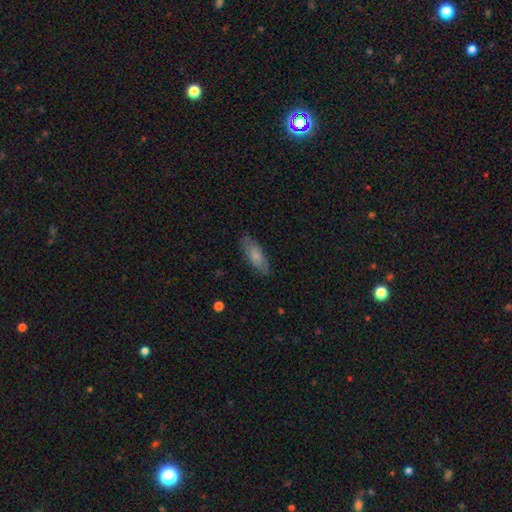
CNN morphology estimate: The model was most divided on "smooth or featured": smooth: 68%, featured or disk: 26%, star or artifact: 6%. More confident: merging — none (79%); how rounded — in between (73%).